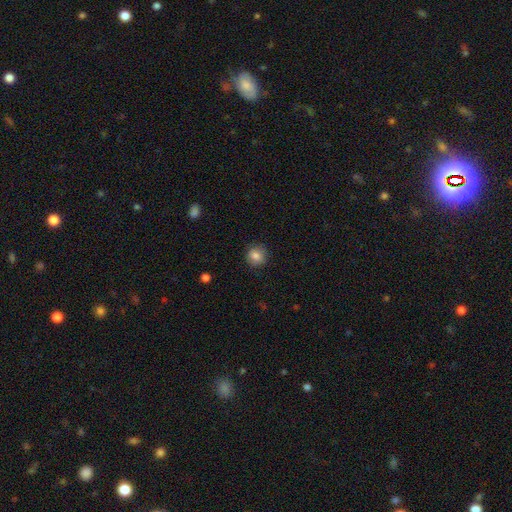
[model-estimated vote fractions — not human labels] This is clearly a smooth galaxy (84%). How rounded: clearly round (88%). Merging: clearly none (88%).